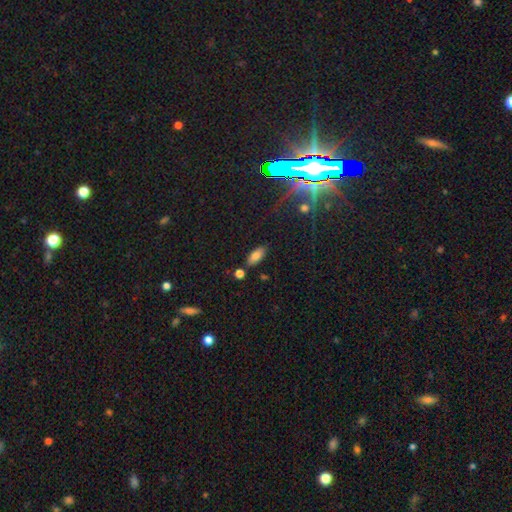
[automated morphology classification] Smooth or featured: smooth — 79% (featured or disk — 11%)
How rounded: in between — 82% (cigar-shaped — 15%)
Merging: none — 80% (minor disturbance — 12%)